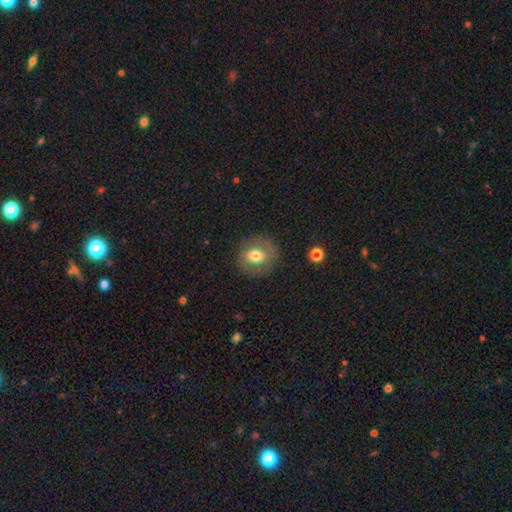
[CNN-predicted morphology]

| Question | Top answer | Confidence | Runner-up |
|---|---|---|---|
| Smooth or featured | smooth | 64% | featured or disk (27%) |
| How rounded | round | 73% | in between (26%) |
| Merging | none | 80% | minor disturbance (12%) |